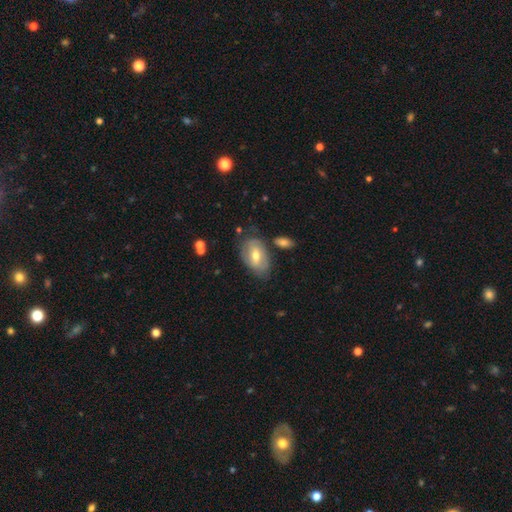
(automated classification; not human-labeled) The model was most divided on "smooth or featured": featured or disk: 52%, smooth: 42%, star or artifact: 7%. More confident: edge-on disk — no (92%); merging — none (66%).